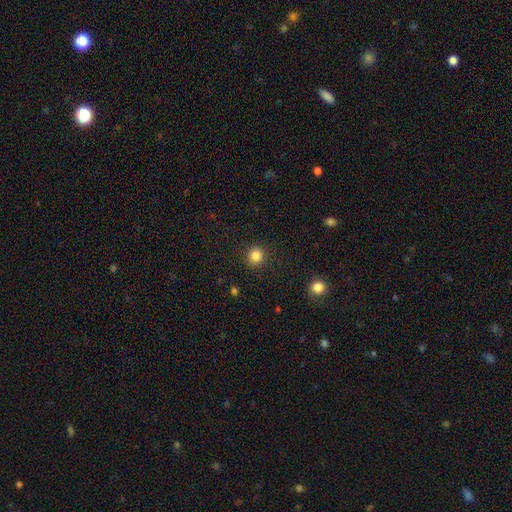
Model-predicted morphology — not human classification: smooth_or_featured: smooth (p=0.85) [alt: star or artifact p=0.11]
how_rounded: round (p=0.87) [alt: in between p=0.12]
merging: none (p=0.90) [alt: minor disturbance p=0.06]